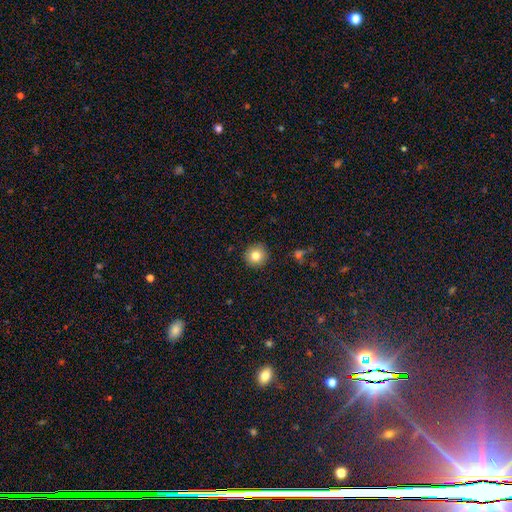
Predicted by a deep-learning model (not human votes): smooth 82%, star or artifact 10%, featured or disk 8%. Down the decision tree: how rounded — round (94%); merging — none (91%).